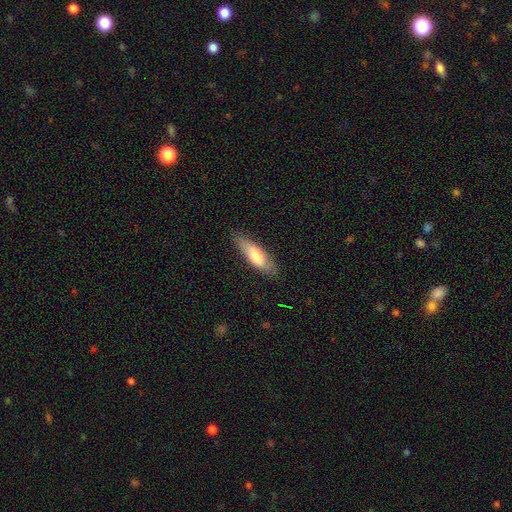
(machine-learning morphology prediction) Smooth or featured: smooth — 73% (featured or disk — 21%)
How rounded: cigar-shaped — 57% (in between — 41%)
Merging: none — 81% (minor disturbance — 15%)